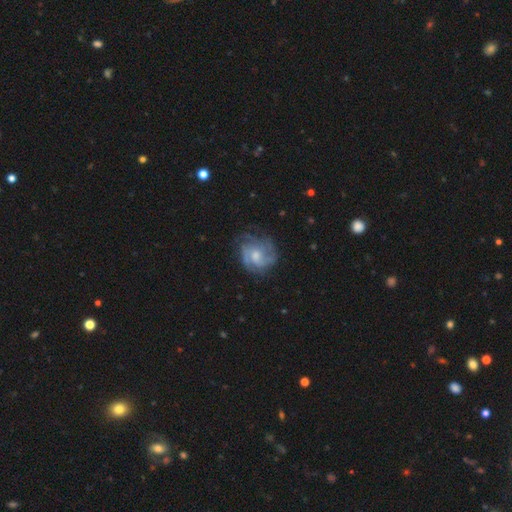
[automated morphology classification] type=featured or disk (78%); edge-on=no (98%); bar=no (64%); spiral arms=yes (92%); winding=tight (49%); arm count=can't tell (30%); bulge=moderate (56%); merging=none (67%).